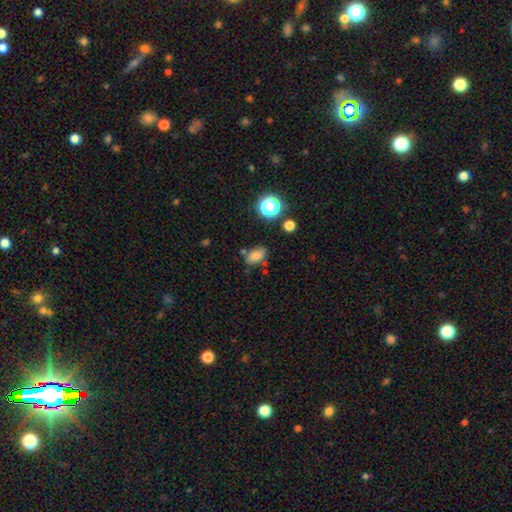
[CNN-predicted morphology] Q: Smooth or featured?
A: smooth (79%); runner-up: star or artifact (13%)
Q: How rounded?
A: in between (84%); runner-up: round (14%)
Q: Merging?
A: none (72%); runner-up: minor disturbance (18%)